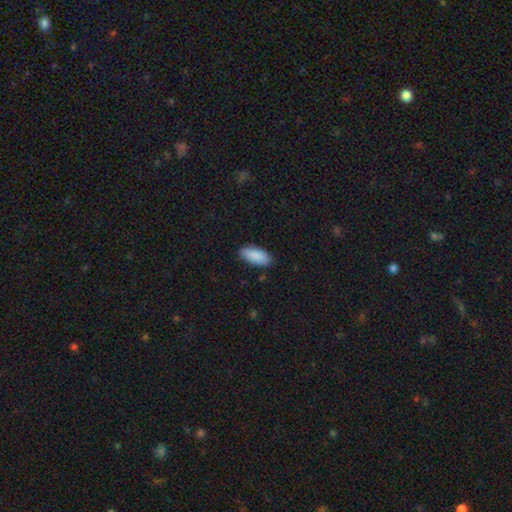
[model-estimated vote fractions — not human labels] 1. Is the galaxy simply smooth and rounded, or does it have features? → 90% smooth, 6% star or artifact, 5% featured or disk.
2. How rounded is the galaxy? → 88% in between, 10% cigar-shaped, 2% round.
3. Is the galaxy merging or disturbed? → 86% none, 11% minor disturbance, 2% major disturbance, 1% merger.